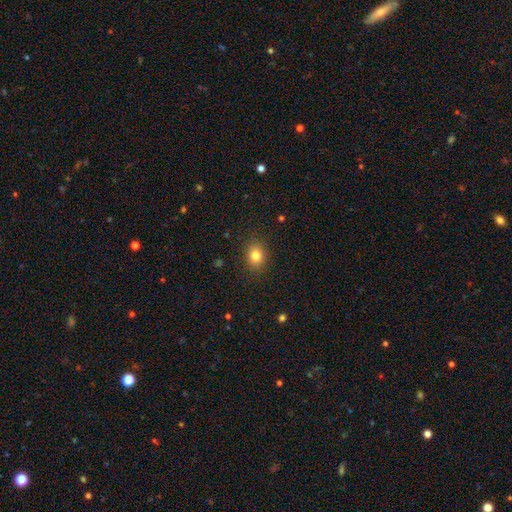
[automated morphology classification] type=smooth (82%); roundness=round (55%); merging=none (88%).